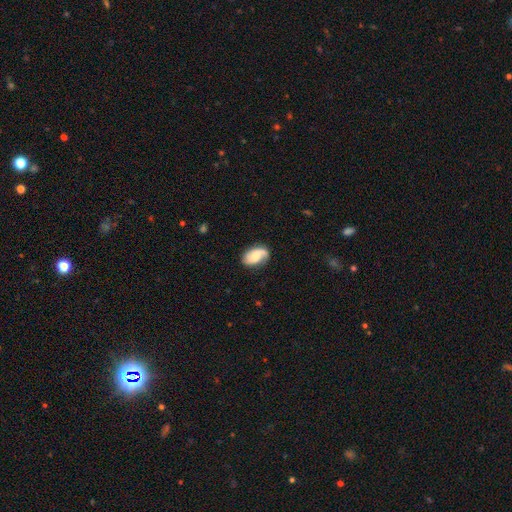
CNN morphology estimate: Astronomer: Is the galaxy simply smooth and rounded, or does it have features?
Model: featured or disk — 56% (runner-up: smooth, 37%).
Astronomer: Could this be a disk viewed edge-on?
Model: no — 96%.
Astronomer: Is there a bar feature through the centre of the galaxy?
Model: no — 62%.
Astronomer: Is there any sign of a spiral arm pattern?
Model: yes — 91%.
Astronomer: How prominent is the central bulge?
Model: moderate — 49% (runner-up: small, 33%).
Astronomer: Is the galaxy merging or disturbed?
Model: none — 72%.